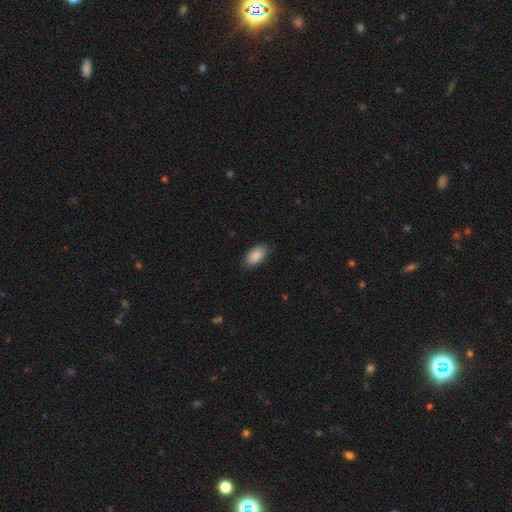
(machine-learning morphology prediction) A smooth galaxy with no disk features (89%) that is in between round and cigar-shaped (94%). Merging: none (85%).